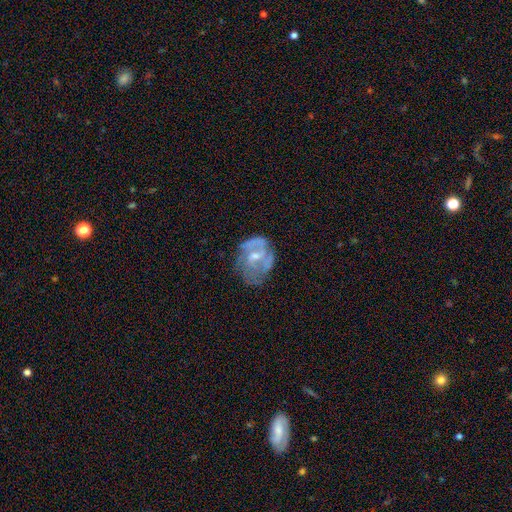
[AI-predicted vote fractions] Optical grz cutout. It shows a featured or disk galaxy (71%) with a weak bar (48%), spiral arms (69%) and a small central bulge (48%). Merging: none (46%).